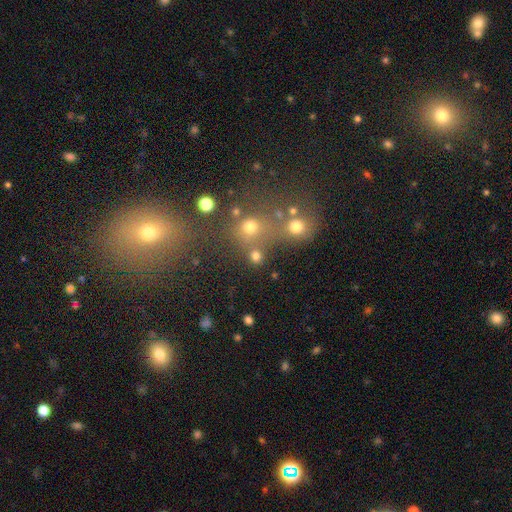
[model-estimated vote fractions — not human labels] A smooth galaxy with no disk features (74%) that is round (86%). Merging: none (67%).